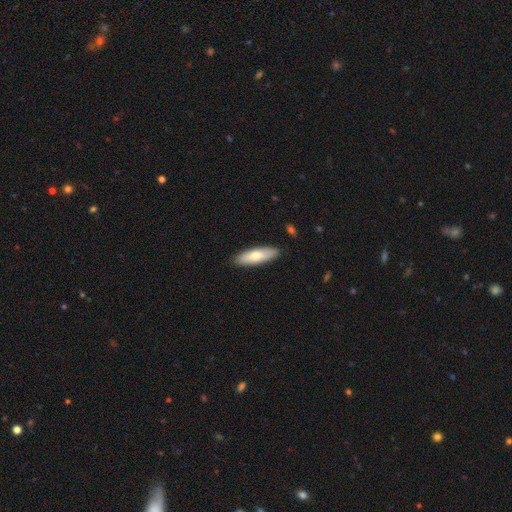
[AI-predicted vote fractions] smooth 70%, featured or disk 25%, star or artifact 5%. Down the decision tree: how rounded — in between (52%); merging — none (89%).